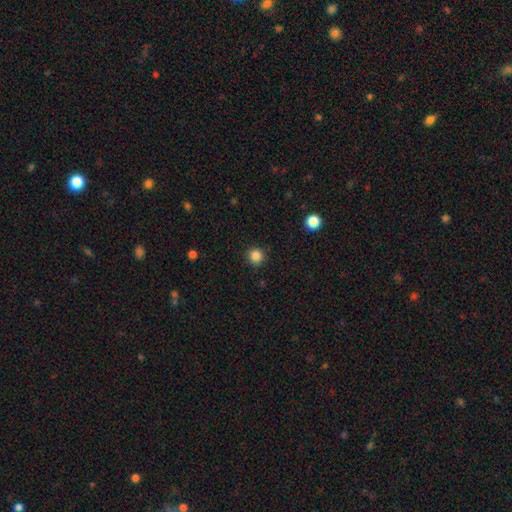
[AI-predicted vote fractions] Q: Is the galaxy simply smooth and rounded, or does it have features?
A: smooth — 85%.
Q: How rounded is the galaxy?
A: round — 95%.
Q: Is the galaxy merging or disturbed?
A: none — 91%.